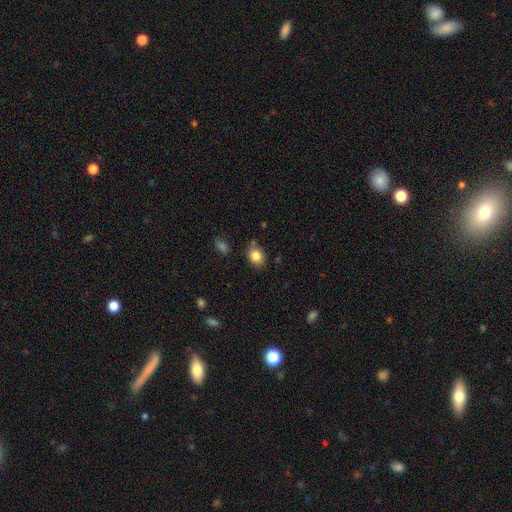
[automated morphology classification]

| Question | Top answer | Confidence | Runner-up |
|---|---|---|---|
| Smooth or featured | smooth | 84% | star or artifact (9%) |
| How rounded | in between | 50% | round (49%) |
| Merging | none | 73% | minor disturbance (17%) |